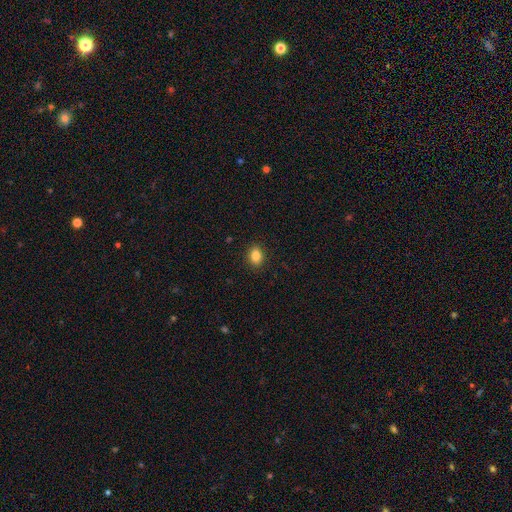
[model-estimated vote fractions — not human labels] Smooth or featured?
  - smooth: 85% *
  - star or artifact: 10%
  - featured or disk: 5%
How rounded?
  - in between: 68% *
  - round: 31%
  - cigar-shaped: 1%
Merging?
  - none: 90% *
  - minor disturbance: 7%
  - major disturbance: 2%
  - merger: 1%